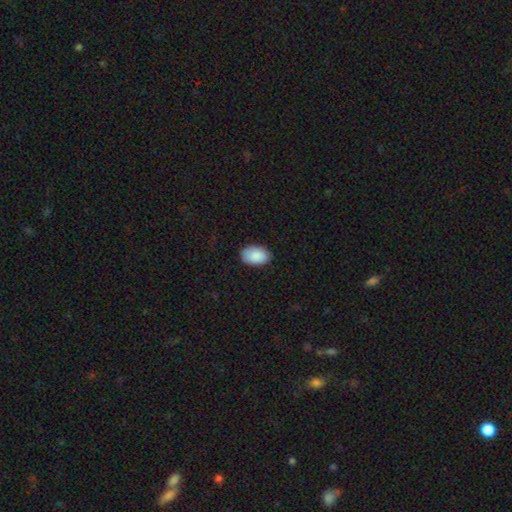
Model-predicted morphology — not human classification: A smooth galaxy with no disk features (90%) that is in between round and cigar-shaped (92%).

Vote fractions:
- Smooth or featured? smooth: 90% / star or artifact: 6% / featured or disk: 4%
- How rounded? in between: 92% / round: 7% / cigar-shaped: 1%
- Merging? none: 85% / minor disturbance: 11% / major disturbance: 2% / merger: 1%